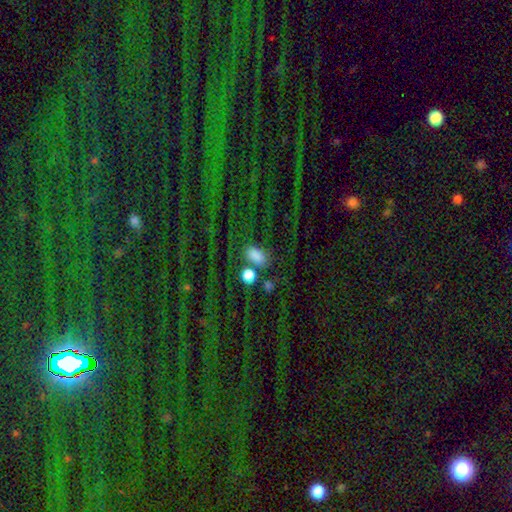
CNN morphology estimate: The model was most divided on "how rounded": in between: 67%, round: 31%, cigar-shaped: 3%. More confident: smooth or featured — smooth (75%); merging — none (66%).